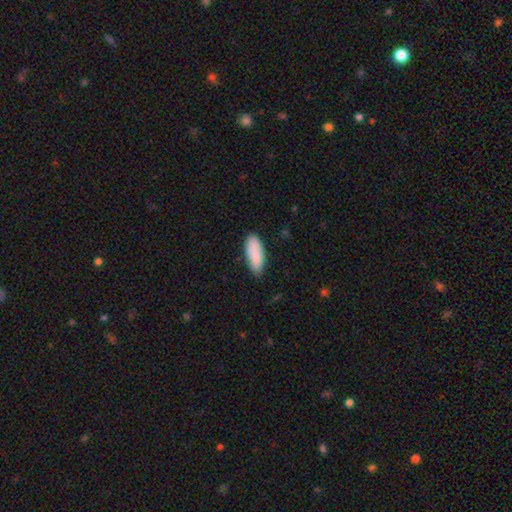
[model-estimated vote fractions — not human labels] Overall: smooth (85%). How rounded: in between (79%). Merging: none (76%).